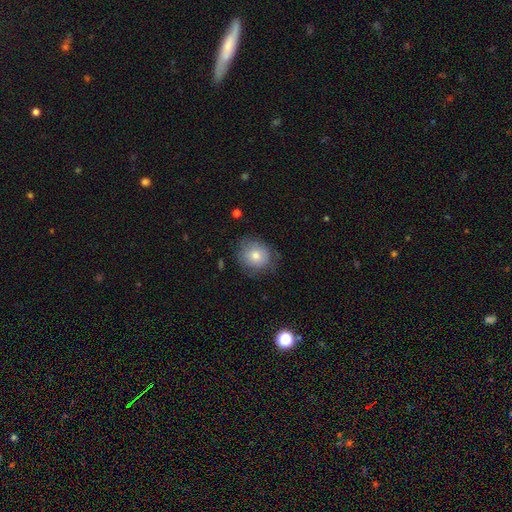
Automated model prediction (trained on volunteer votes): smooth 76%, featured or disk 16%, star or artifact 8%. Down the decision tree: how rounded — round (76%); merging — none (71%).